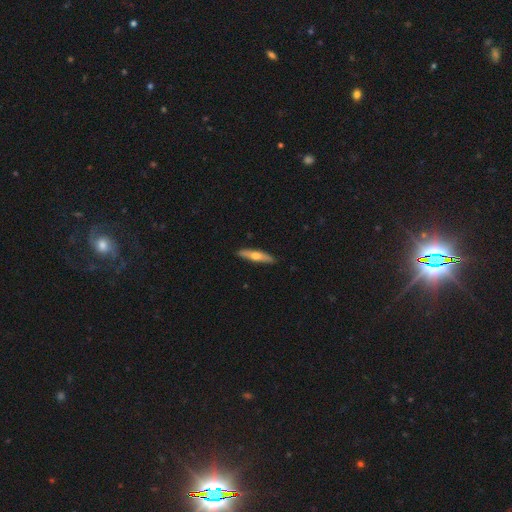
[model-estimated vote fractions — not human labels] Q: Smooth or featured?
A: smooth (50%); runner-up: featured or disk (45%)
Q: How rounded?
A: cigar-shaped (82%); runner-up: in between (16%)
Q: Merging?
A: none (89%); runner-up: minor disturbance (9%)